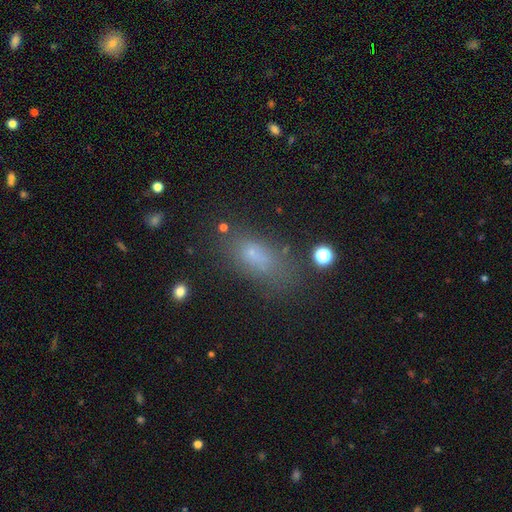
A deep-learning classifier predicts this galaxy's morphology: This appears to be a smooth galaxy with no disk features (68%) that is in between round and cigar-shaped (76%). Merging: none (61%).